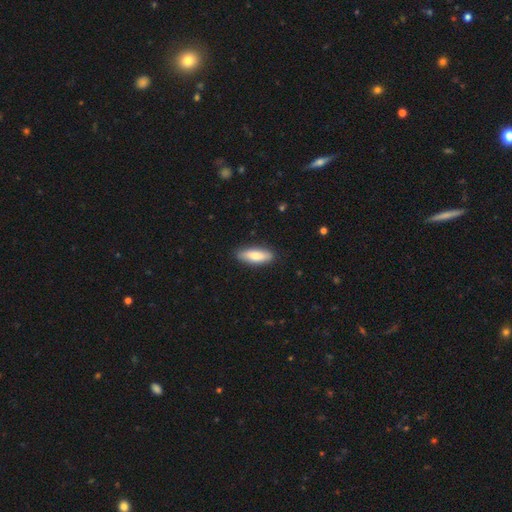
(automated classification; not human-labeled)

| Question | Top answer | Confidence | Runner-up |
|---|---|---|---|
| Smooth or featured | smooth | 76% | featured or disk (19%) |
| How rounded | in between | 63% | cigar-shaped (35%) |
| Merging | none | 87% | minor disturbance (10%) |